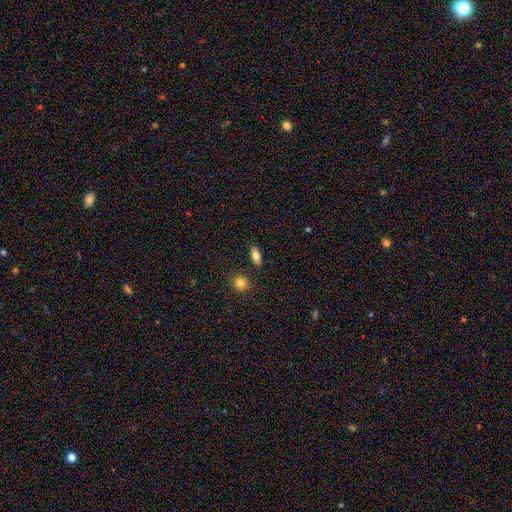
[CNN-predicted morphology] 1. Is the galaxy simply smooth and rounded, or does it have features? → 77% smooth, 15% featured or disk, 8% star or artifact.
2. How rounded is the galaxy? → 83% in between, 11% cigar-shaped, 6% round.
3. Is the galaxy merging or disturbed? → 84% none, 10% minor disturbance, 4% merger, 2% major disturbance.